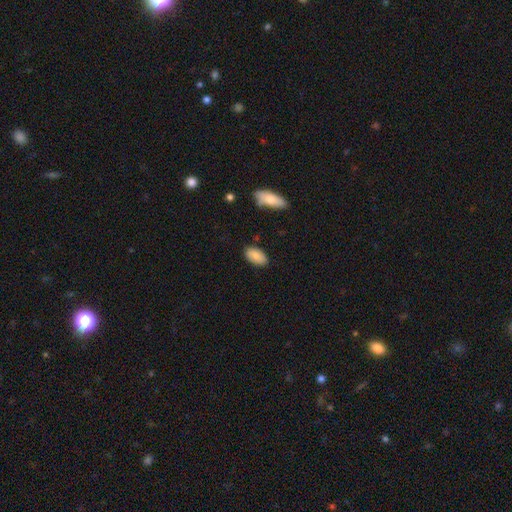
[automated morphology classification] Overall: smooth (87%). How rounded: in between (94%). Merging: none (85%).